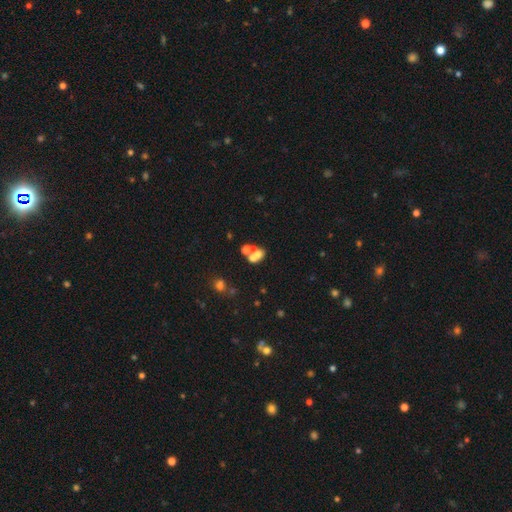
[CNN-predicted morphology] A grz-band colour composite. It shows a smooth galaxy with no disk features (48%). Merging: merger (53%).